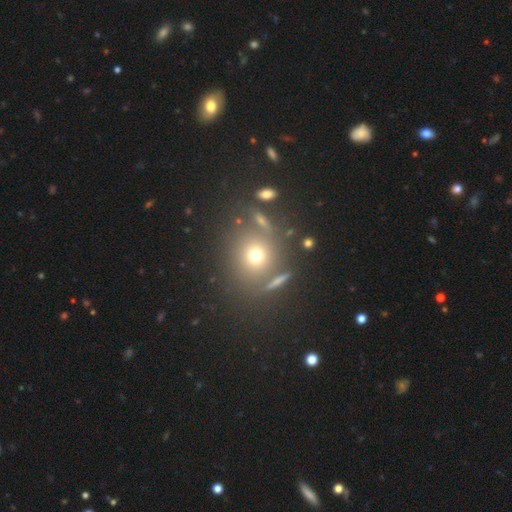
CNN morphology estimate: type=smooth (68%); roundness=round (83%); merging=none (75%).